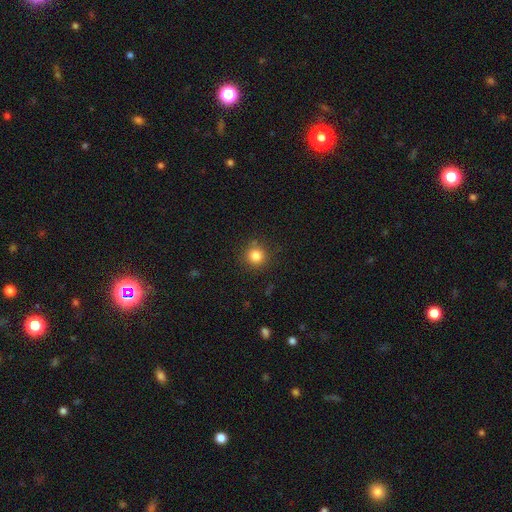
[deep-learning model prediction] This appears to be a smooth galaxy with no disk features (82%) that is round (94%). Merging: none (87%).